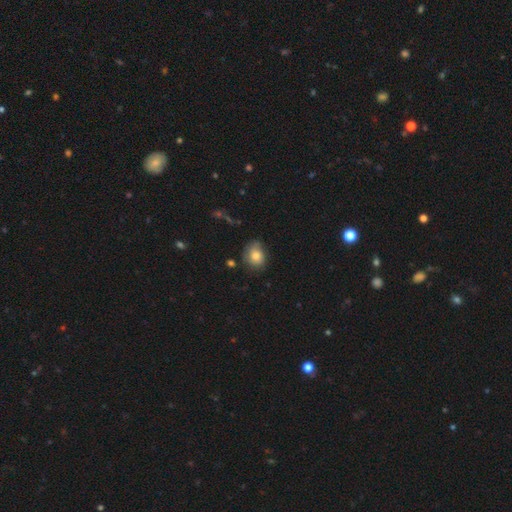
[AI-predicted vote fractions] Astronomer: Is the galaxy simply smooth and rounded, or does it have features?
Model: smooth — 78%.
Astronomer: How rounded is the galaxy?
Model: round — 52% (runner-up: in between, 46%).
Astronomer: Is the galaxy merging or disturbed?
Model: none — 63%.